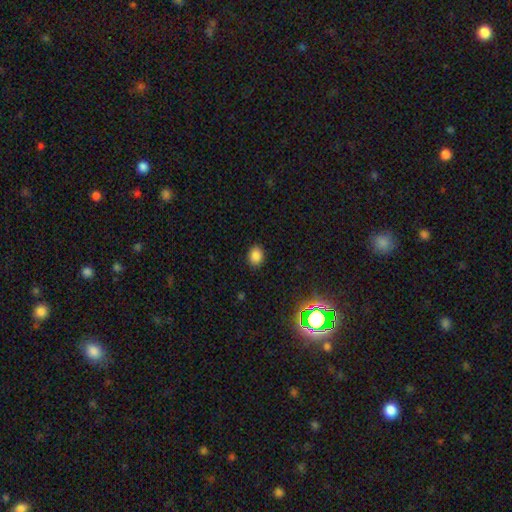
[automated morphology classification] Q: Smooth or featured?
A: smooth (83%); runner-up: star or artifact (13%)
Q: How rounded?
A: in between (55%); runner-up: round (44%)
Q: Merging?
A: none (89%); runner-up: minor disturbance (8%)